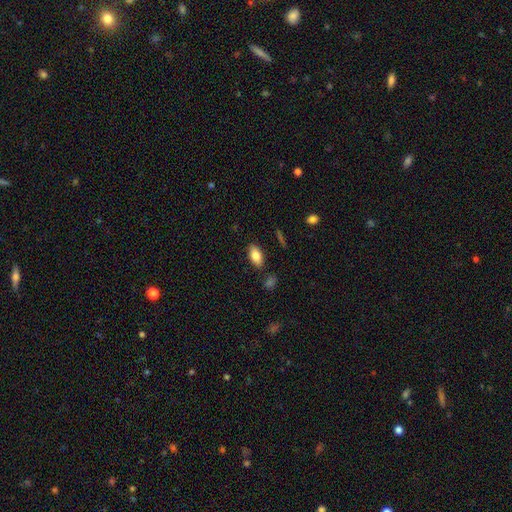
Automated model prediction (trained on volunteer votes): Smooth or featured? smooth (85%)
How rounded? in between (91%)
Merging? none (84%)